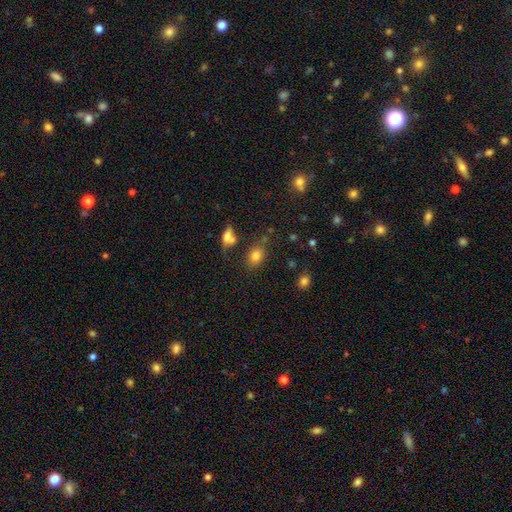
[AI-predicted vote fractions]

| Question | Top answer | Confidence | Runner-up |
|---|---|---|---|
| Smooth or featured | smooth | 78% | star or artifact (13%) |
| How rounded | in between | 66% | round (32%) |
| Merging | none | 66% | minor disturbance (17%) |